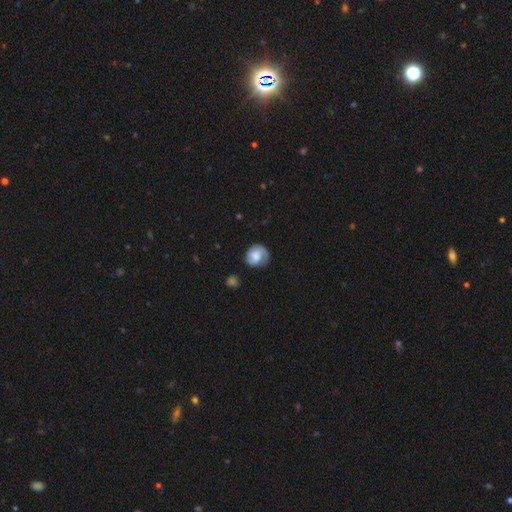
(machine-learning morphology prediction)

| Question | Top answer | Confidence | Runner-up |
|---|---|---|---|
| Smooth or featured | smooth | 51% | featured or disk (42%) |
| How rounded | round | 78% | in between (21%) |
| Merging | none | 64% | minor disturbance (24%) |